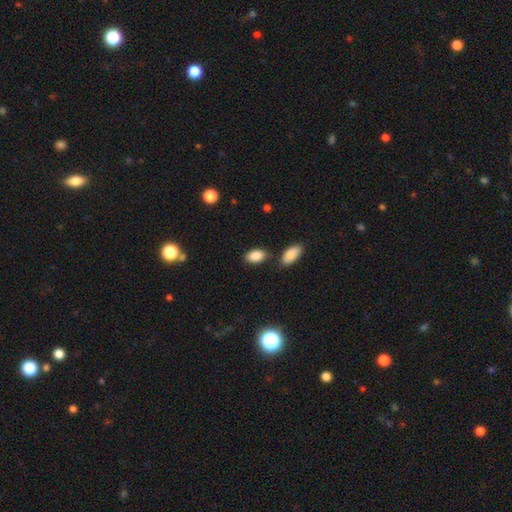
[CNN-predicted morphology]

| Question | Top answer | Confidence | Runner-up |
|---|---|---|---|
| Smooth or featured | smooth | 87% | star or artifact (8%) |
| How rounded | in between | 92% | round (6%) |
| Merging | none | 76% | minor disturbance (12%) |